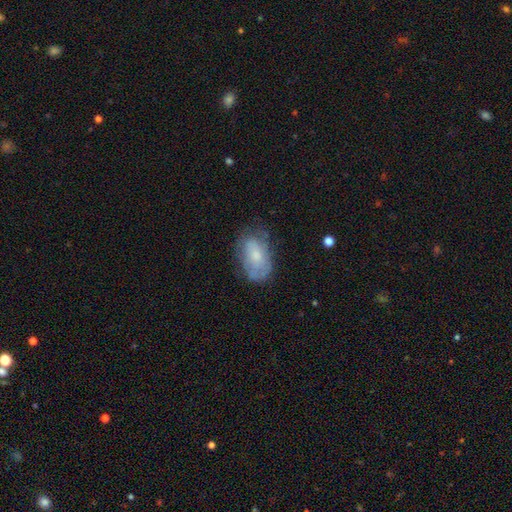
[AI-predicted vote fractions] smooth-or-featured: smooth: 52% | featured or disk: 40% | star or artifact: 8%
  how-rounded: in between: 90% | round: 8% | cigar-shaped: 2%
  merging: none: 56% | minor disturbance: 29% | major disturbance: 13% | merger: 2%